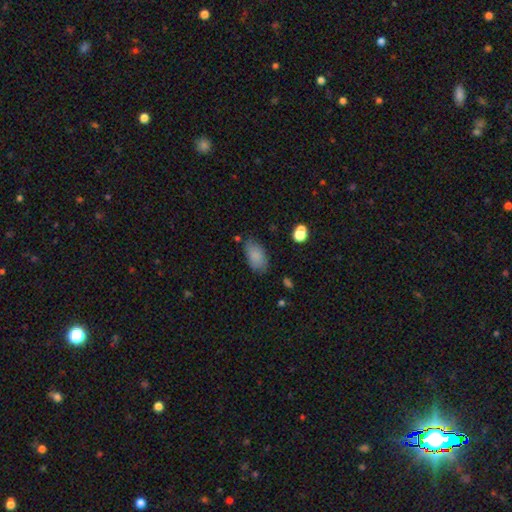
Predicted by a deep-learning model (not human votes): This appears to be a smooth galaxy with no disk features (84%) that is in between round and cigar-shaped (93%). Merging: none (73%).